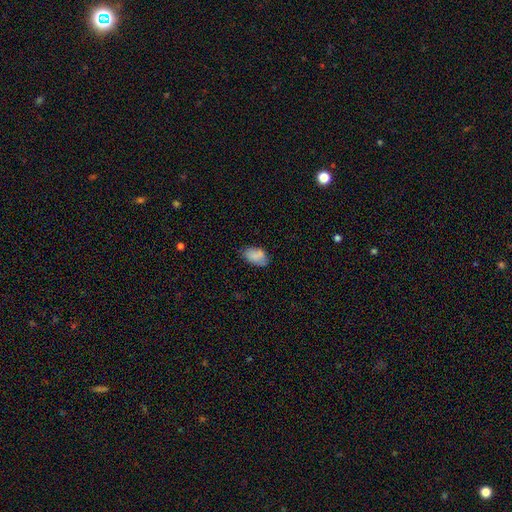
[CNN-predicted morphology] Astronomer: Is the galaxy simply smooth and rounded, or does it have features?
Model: smooth — 84%.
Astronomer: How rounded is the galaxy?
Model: in between — 92%.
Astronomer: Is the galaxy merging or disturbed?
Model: none — 67%.